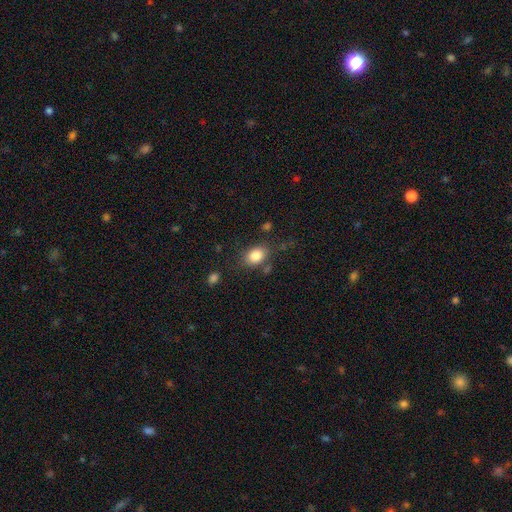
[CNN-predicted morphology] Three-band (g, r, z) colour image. It shows a smooth galaxy with no disk features (84%) that is in between round and cigar-shaped (72%). Merging: none (72%).